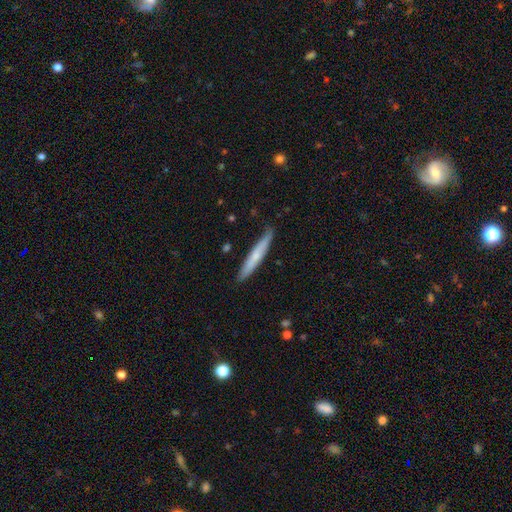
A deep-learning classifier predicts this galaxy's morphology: Smooth or featured: smooth — 62% (featured or disk — 33%)
How rounded: cigar-shaped — 95% (in between — 4%)
Merging: none — 81% (minor disturbance — 16%)